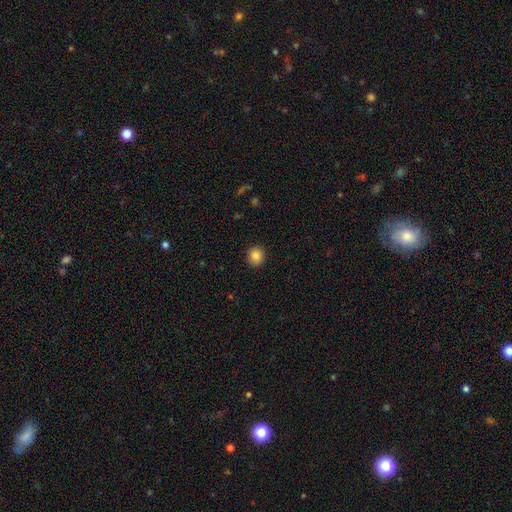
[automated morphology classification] A smooth galaxy with no disk features (84%) that is round (83%). Merging: none (91%).